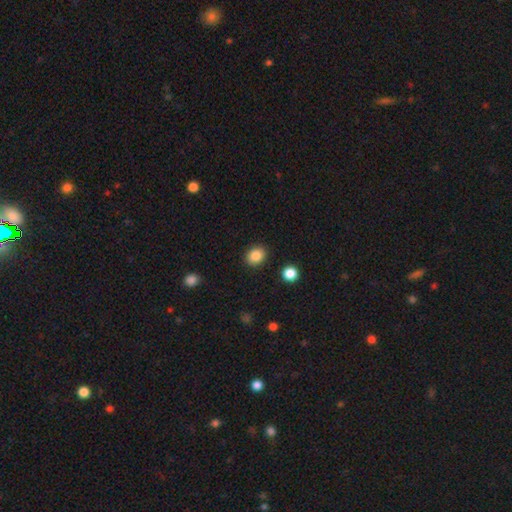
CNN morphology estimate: smooth-or-featured: smooth: 87% | star or artifact: 9% | featured or disk: 4%
  how-rounded: round: 53% | in between: 47% | cigar-shaped: 1%
  merging: none: 89% | minor disturbance: 7% | major disturbance: 2% | merger: 2%